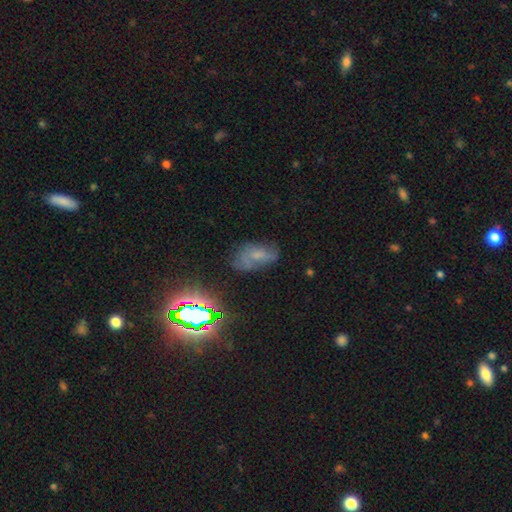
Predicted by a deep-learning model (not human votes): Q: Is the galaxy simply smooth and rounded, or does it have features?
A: smooth — 39%.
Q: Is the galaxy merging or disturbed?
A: none — 49%.